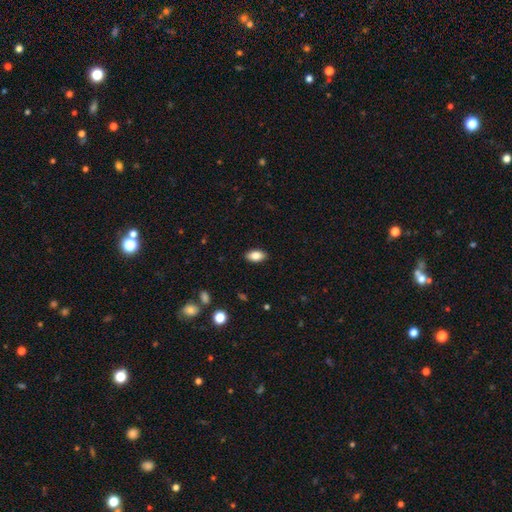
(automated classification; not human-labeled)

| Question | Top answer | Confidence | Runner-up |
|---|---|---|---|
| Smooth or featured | smooth | 84% | star or artifact (8%) |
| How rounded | in between | 92% | round (4%) |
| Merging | none | 89% | minor disturbance (8%) |